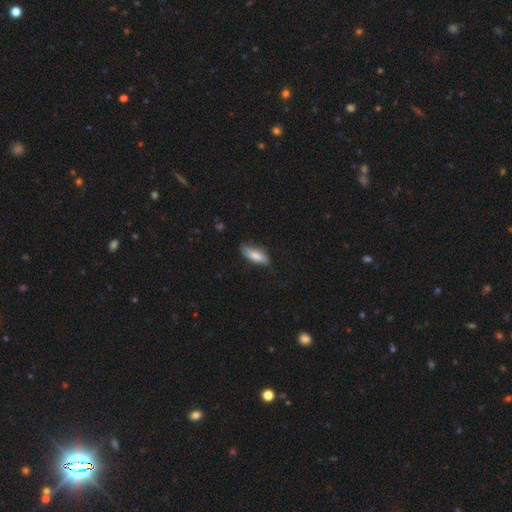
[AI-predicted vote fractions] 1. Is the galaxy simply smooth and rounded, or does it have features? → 80% smooth, 15% featured or disk, 6% star or artifact.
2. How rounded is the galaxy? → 66% in between, 32% cigar-shaped, 2% round.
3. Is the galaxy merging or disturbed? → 71% none, 24% minor disturbance, 4% major disturbance, 1% merger.